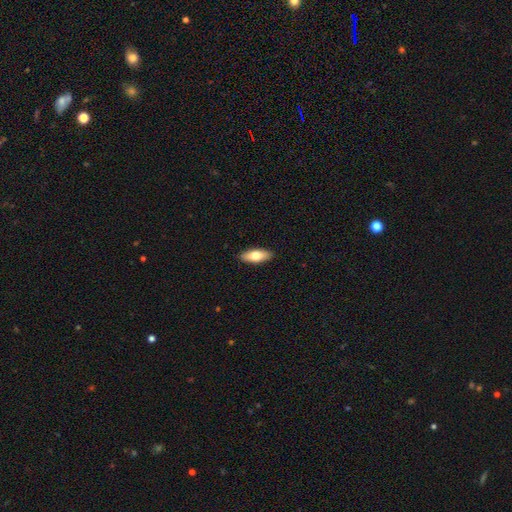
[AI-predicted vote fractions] This is likely a smooth galaxy (72%). How rounded: likely in between (75%). Merging: clearly none (90%).